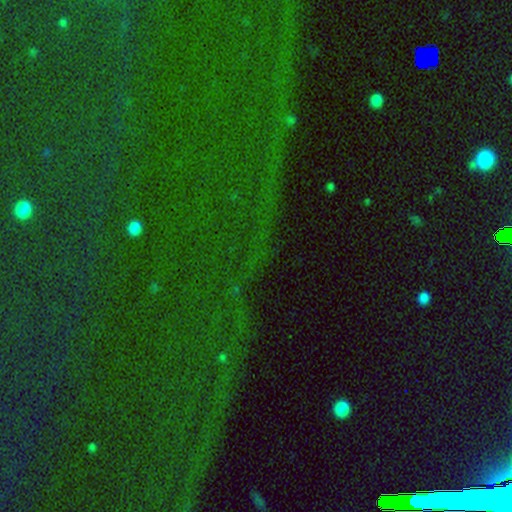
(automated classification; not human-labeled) This is clearly a star or artifact rather than a galaxy (82%).